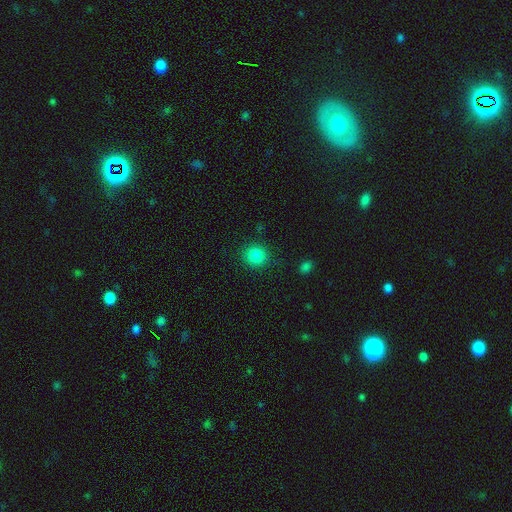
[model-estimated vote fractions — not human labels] smooth 84%, star or artifact 11%, featured or disk 5%. Down the decision tree: how rounded — round (89%); merging — none (87%).